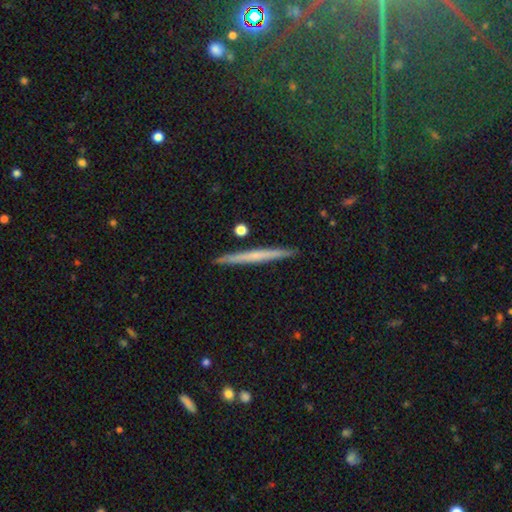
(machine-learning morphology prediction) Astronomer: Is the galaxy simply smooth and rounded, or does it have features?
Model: featured or disk — 49% (runner-up: smooth, 43%).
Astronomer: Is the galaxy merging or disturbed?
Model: none — 92%.